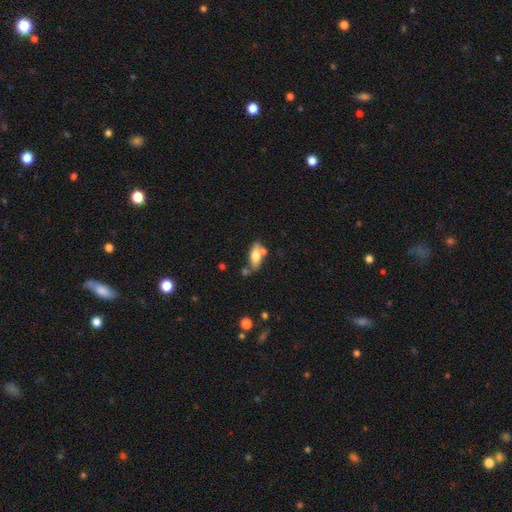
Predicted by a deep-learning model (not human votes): Q: Smooth or featured?
A: smooth (62%); runner-up: featured or disk (31%)
Q: How rounded?
A: in between (75%); runner-up: cigar-shaped (21%)
Q: Merging?
A: none (56%); runner-up: merger (21%)